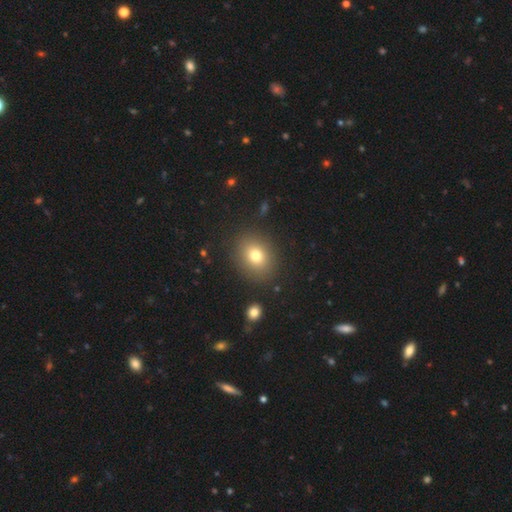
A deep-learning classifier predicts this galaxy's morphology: smooth_or_featured: smooth (p=0.77) [alt: star or artifact p=0.13]
how_rounded: round (p=0.54) [alt: in between p=0.45]
merging: none (p=0.87) [alt: minor disturbance p=0.08]